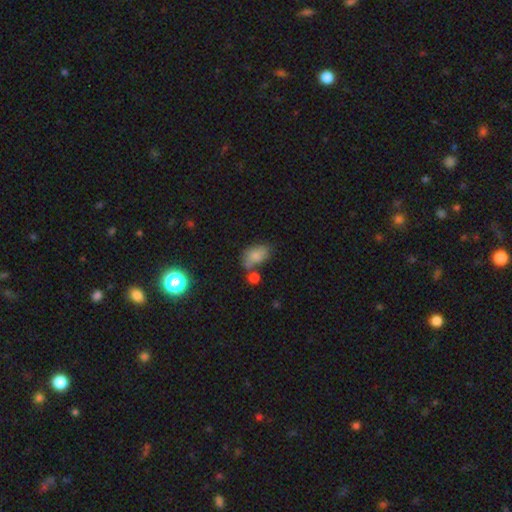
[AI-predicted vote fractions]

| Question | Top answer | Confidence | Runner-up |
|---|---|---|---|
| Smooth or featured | smooth | 75% | featured or disk (15%) |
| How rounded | in between | 88% | round (11%) |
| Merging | none | 43% | minor disturbance (25%) |